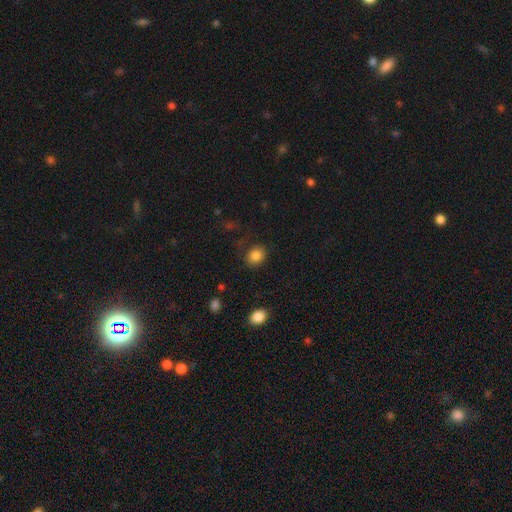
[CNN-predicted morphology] Overall: smooth (84%). How rounded: round (56%; in between 43%). Merging: none (80%).